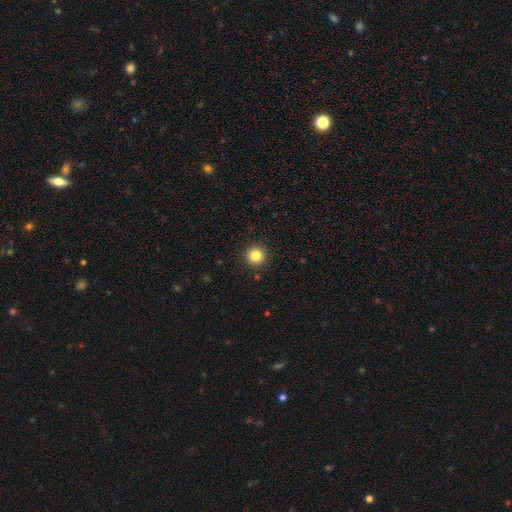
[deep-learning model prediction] This is clearly a smooth galaxy (83%). How rounded: clearly round (95%). Merging: clearly none (92%).